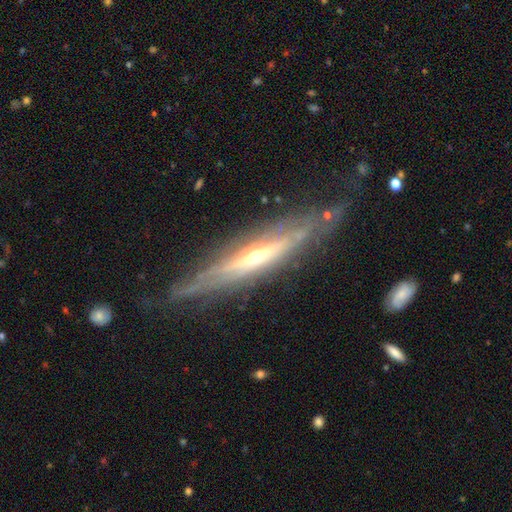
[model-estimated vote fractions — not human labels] Smooth or featured? Predicted: featured or disk (p=0.83). Edge-on disk? Predicted: yes (p=0.80). Edge-on bulge? Predicted: rounded (p=0.75). Merging? Predicted: none (p=0.69).